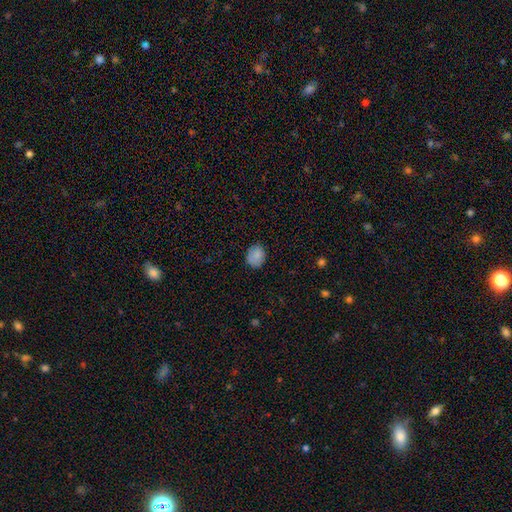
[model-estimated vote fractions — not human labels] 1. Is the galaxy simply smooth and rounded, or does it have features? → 85% smooth, 9% star or artifact, 6% featured or disk.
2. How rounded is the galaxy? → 59% round, 40% in between, 1% cigar-shaped.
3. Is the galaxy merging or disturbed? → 82% none, 14% minor disturbance, 3% major disturbance, 1% merger.